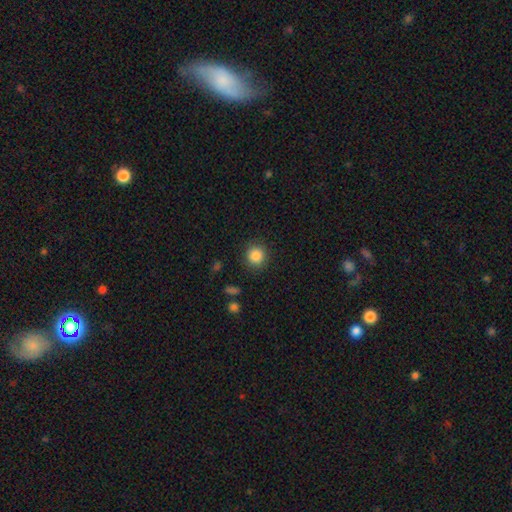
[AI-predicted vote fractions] smooth 86%, star or artifact 10%, featured or disk 4%. Down the decision tree: how rounded — round (92%); merging — none (89%).